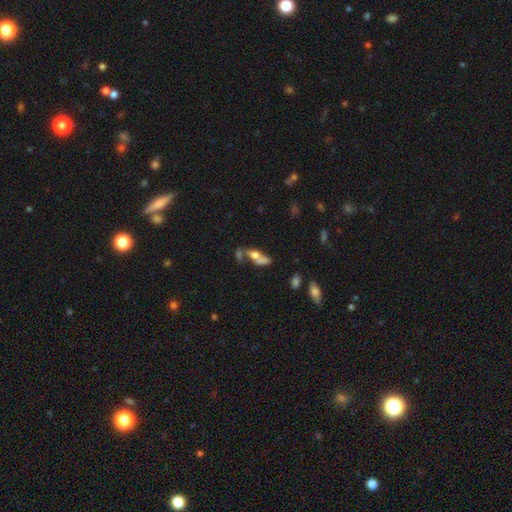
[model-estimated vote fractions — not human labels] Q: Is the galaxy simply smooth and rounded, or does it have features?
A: smooth — 54%.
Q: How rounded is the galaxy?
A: in between — 64%.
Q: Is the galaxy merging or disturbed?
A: merger — 50%.